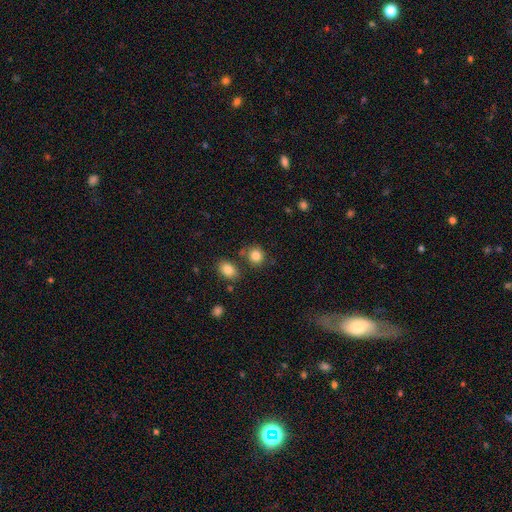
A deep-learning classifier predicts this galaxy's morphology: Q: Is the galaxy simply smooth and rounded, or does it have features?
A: smooth — 84%.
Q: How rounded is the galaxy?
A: round — 70%.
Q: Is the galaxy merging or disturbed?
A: none — 71%.